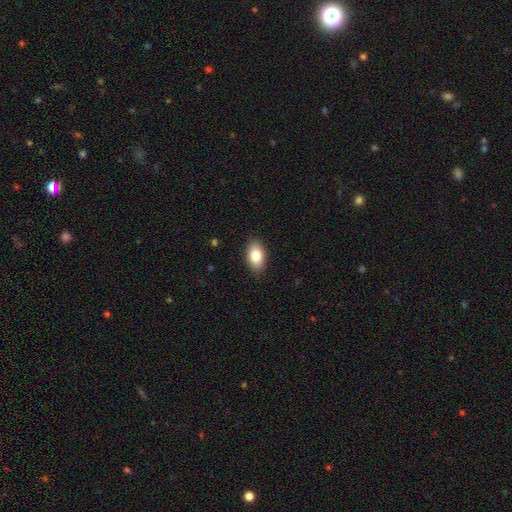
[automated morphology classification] This appears to be a smooth galaxy with no disk features (83%) that is in between round and cigar-shaped (92%). Merging: none (88%).